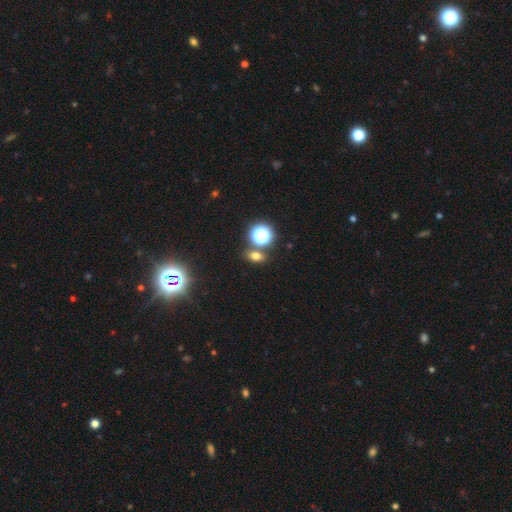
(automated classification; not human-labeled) Q: Smooth or featured?
A: smooth (63%); runner-up: star or artifact (27%)
Q: How rounded?
A: in between (63%); runner-up: round (33%)
Q: Merging?
A: none (75%); runner-up: merger (12%)